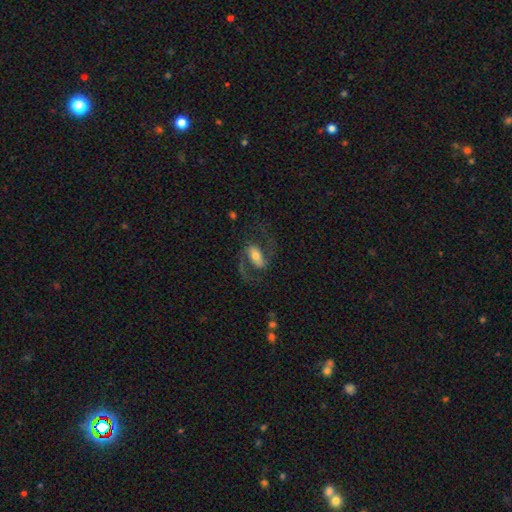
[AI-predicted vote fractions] This is clearly a featured or disk galaxy (81%). It is clearly not viewed edge-on (96%). Bar: marginally strong (44%). Spiral arm pattern: clearly yes (94%). Spiral arm count: clearly 2 (92%). Spiral winding: possibly medium (49%). Central bulge: possibly moderate (51%). Merging: likely none (69%).